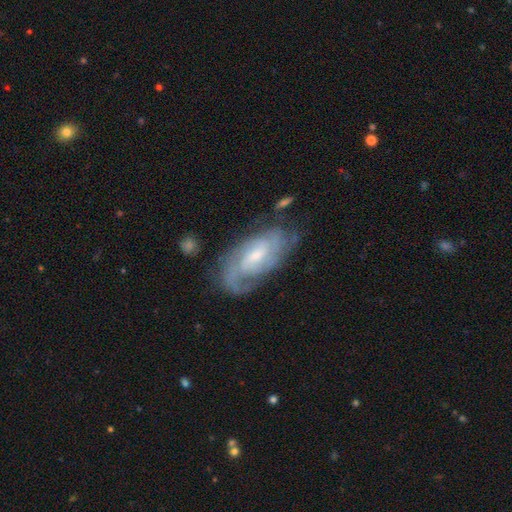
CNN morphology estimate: Q: Smooth or featured?
A: featured or disk (83%); runner-up: smooth (12%)
Q: Edge-on disk?
A: no (94%); runner-up: yes (6%)
Q: Bar?
A: weak (50%); runner-up: no (39%)
Q: Spiral arms?
A: yes (94%); runner-up: no (6%)
Q: Spiral winding?
A: tight (52%); runner-up: medium (37%)
Q: Spiral arm count?
A: 2 (39%); runner-up: can't tell (33%)
Q: Bulge size?
A: small (59%); runner-up: moderate (35%)
Q: Merging?
A: none (66%); runner-up: minor disturbance (21%)